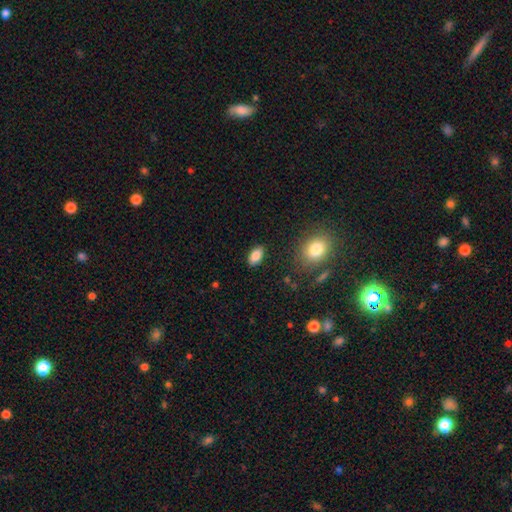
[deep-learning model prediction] Q: Smooth or featured?
A: smooth (86%); runner-up: star or artifact (8%)
Q: How rounded?
A: in between (92%); runner-up: round (5%)
Q: Merging?
A: none (86%); runner-up: minor disturbance (9%)